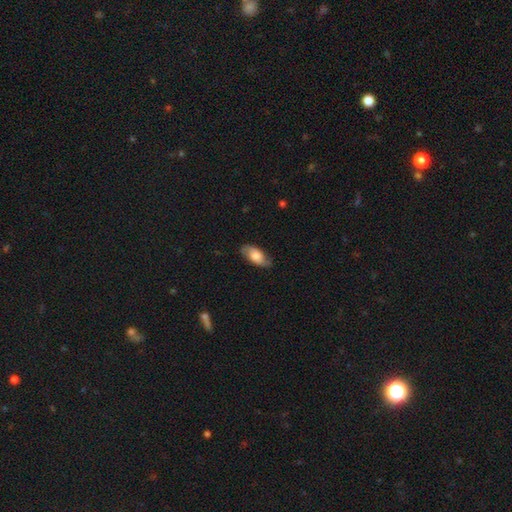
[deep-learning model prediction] A smooth galaxy with no disk features (52%) that is in between round and cigar-shaped (88%). Merging: none (81%).